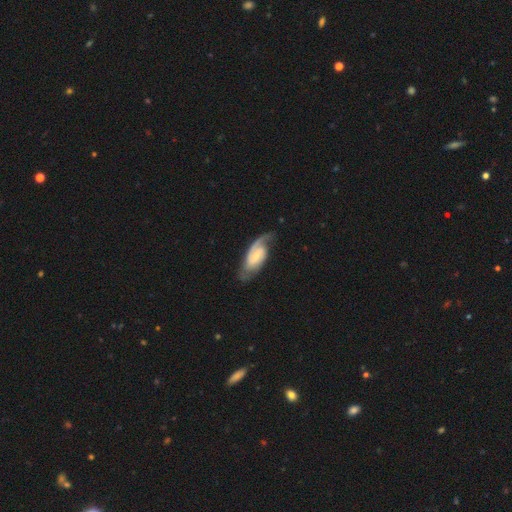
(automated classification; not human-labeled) Smooth or featured? Predicted: featured or disk (p=0.80). Edge-on disk? Predicted: no (p=0.95). Bar? Predicted: no (p=0.46). Spiral arms? Predicted: yes (p=0.95). Spiral winding? Predicted: medium (p=0.46). Spiral arm count? Predicted: 2 (p=0.70). Bulge size? Predicted: small (p=0.60). Merging? Predicted: none (p=0.65).